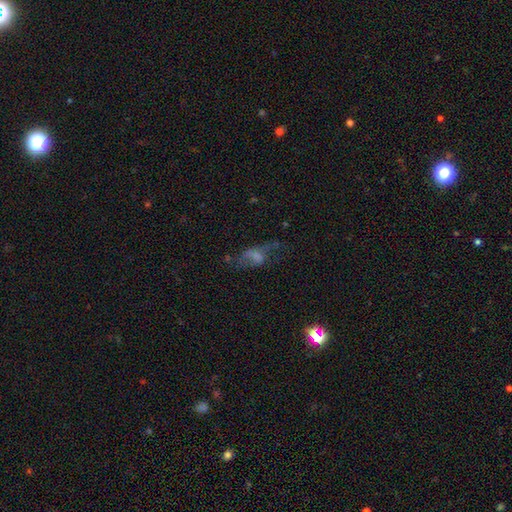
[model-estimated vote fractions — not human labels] Overall: featured or disk (44%; smooth 32%). Merging: none (45%; major disturbance 31%).